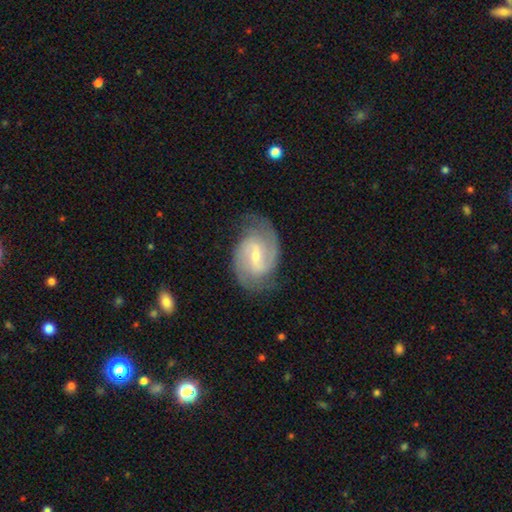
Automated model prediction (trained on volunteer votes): Smooth or featured? Predicted: featured or disk (p=0.86). Edge-on disk? Predicted: no (p=0.97). Bar? Predicted: weak (p=0.54). Spiral arms? Predicted: yes (p=0.96). Spiral winding? Predicted: medium (p=0.51). Spiral arm count? Predicted: 2 (p=0.84). Bulge size? Predicted: small (p=0.60). Merging? Predicted: none (p=0.75).